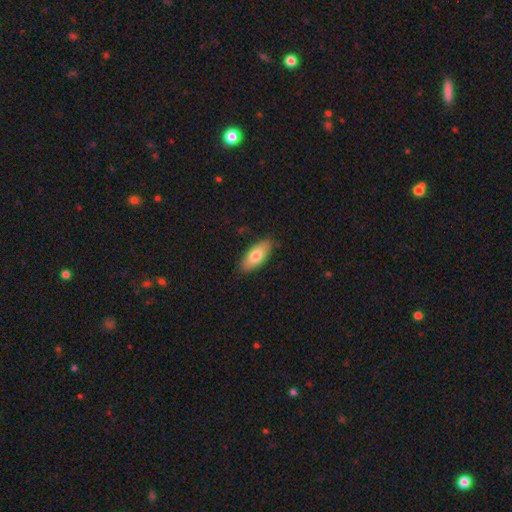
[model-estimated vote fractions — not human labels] Smooth or featured? Predicted: smooth (p=0.77). How rounded? Predicted: in between (p=0.85). Merging? Predicted: none (p=0.85).